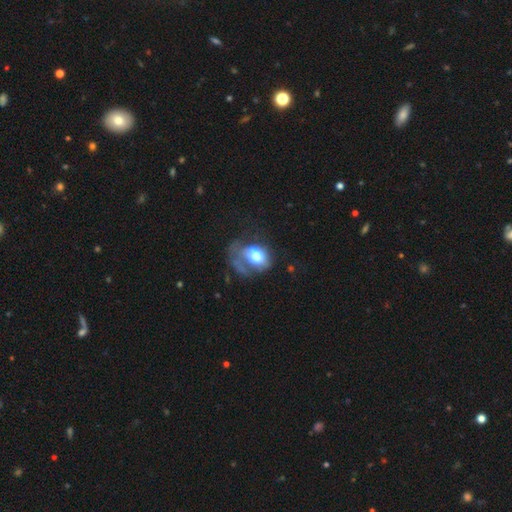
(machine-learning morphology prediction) smooth_or_featured: smooth (p=0.51) [alt: featured or disk p=0.39]
how_rounded: in between (p=0.58) [alt: round p=0.41]
merging: major disturbance (p=0.52) [alt: none p=0.20]